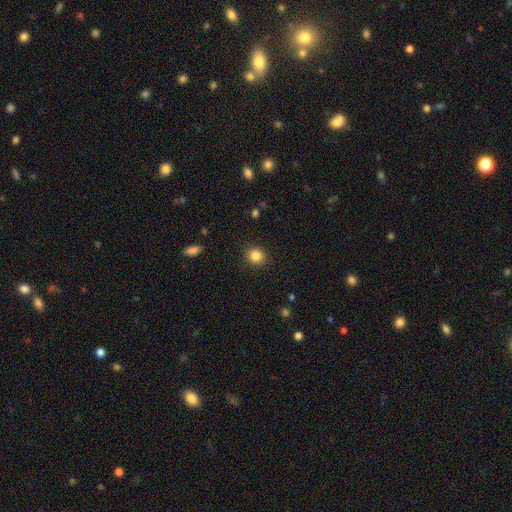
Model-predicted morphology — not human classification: A smooth galaxy with no disk features (84%) that is round (91%). Merging: none (90%).